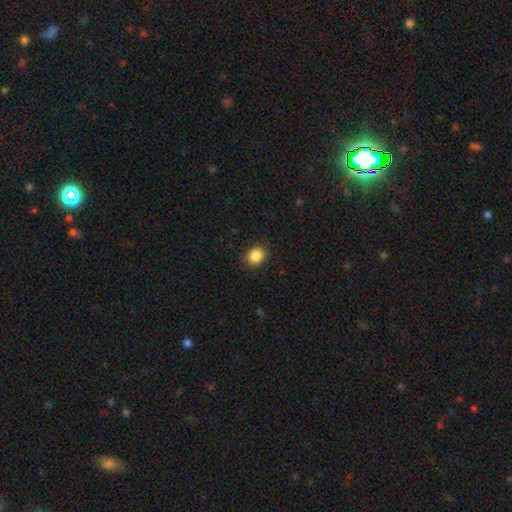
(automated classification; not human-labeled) Q: Smooth or featured?
A: smooth (87%); runner-up: star or artifact (9%)
Q: How rounded?
A: round (61%); runner-up: in between (39%)
Q: Merging?
A: none (89%); runner-up: minor disturbance (8%)